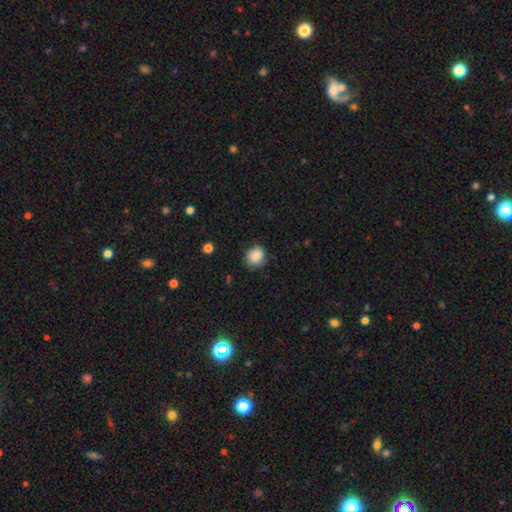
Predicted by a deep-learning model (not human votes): smooth-or-featured: smooth: 87% | star or artifact: 9% | featured or disk: 4%
  how-rounded: round: 80% | in between: 19% | cigar-shaped: 1%
  merging: none: 81% | minor disturbance: 15% | major disturbance: 3% | merger: 1%